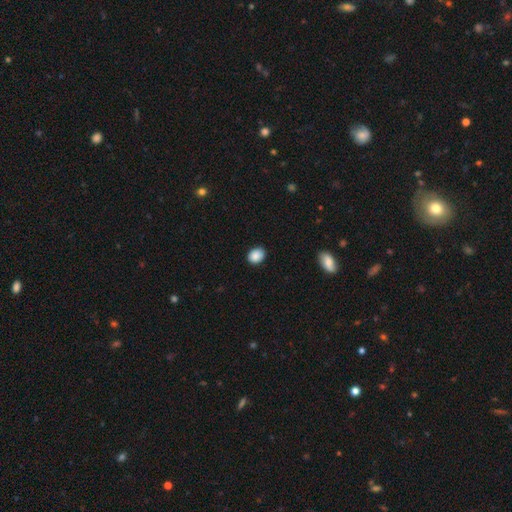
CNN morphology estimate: smooth_or_featured: smooth (p=0.88) [alt: star or artifact p=0.08]
how_rounded: in between (p=0.60) [alt: round p=0.39]
merging: none (p=0.87) [alt: minor disturbance p=0.10]